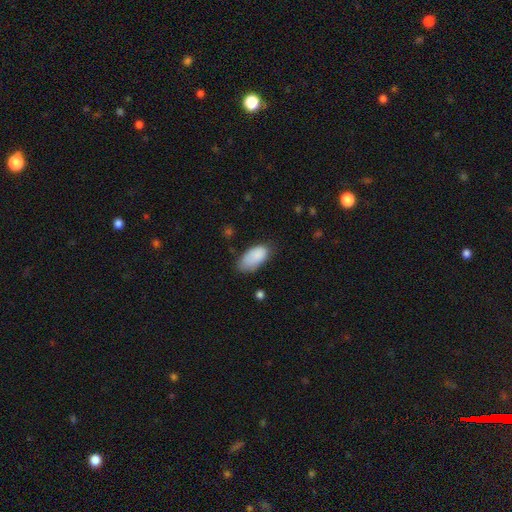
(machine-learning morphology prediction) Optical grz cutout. It shows a smooth galaxy with no disk features (87%) that is in between round and cigar-shaped (94%). Merging: none (61%).